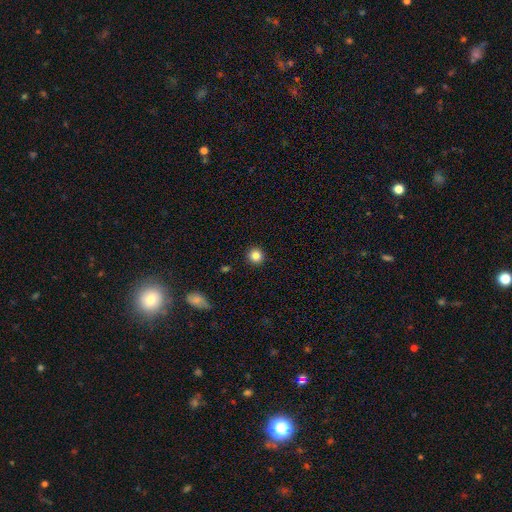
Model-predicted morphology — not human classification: The model was most divided on "smooth or featured": smooth: 85%, star or artifact: 11%, featured or disk: 4%. More confident: how rounded — round (93%); merging — none (92%).